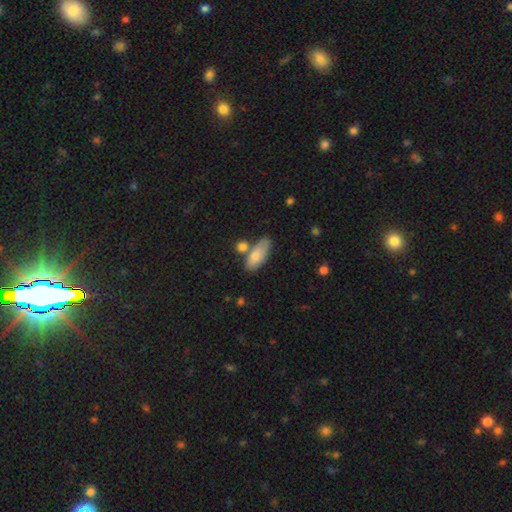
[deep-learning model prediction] Overall: smooth (80%). How rounded: in between (80%). Merging: none (52%; minor disturbance 22%).